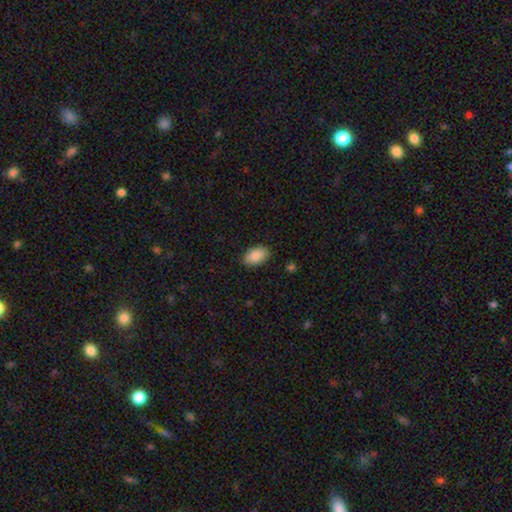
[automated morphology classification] A smooth galaxy with no disk features (89%) that is in between round and cigar-shaped (93%). Merging: none (87%).